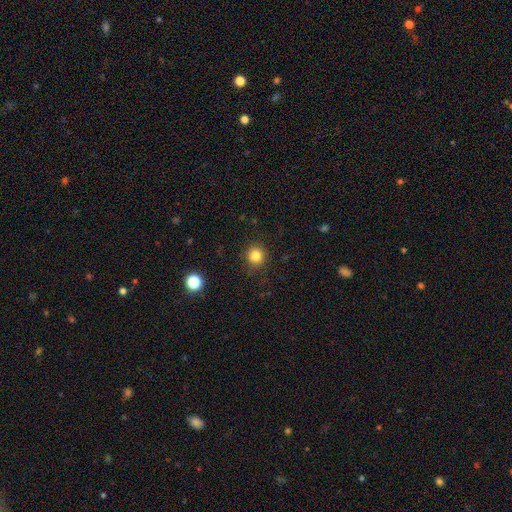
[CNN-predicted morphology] smooth 82%, star or artifact 13%, featured or disk 6%. Down the decision tree: how rounded — round (93%); merging — none (87%).